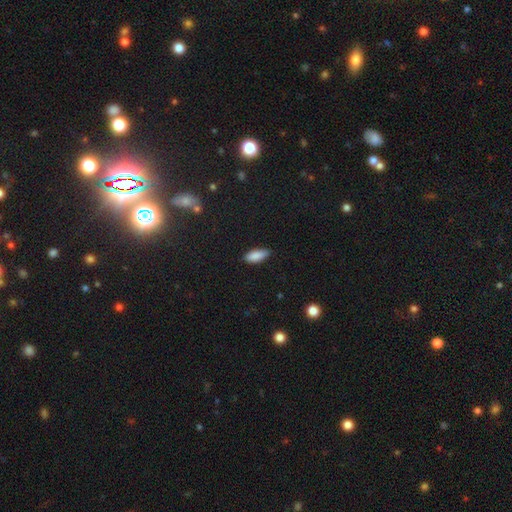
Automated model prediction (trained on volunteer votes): A smooth galaxy with no disk features (87%) that is in between round and cigar-shaped (80%).

Vote fractions:
- Smooth or featured? smooth: 87% / star or artifact: 7% / featured or disk: 5%
- How rounded? in between: 80% / cigar-shaped: 18% / round: 2%
- Merging? none: 77% / minor disturbance: 19% / major disturbance: 3% / merger: 1%